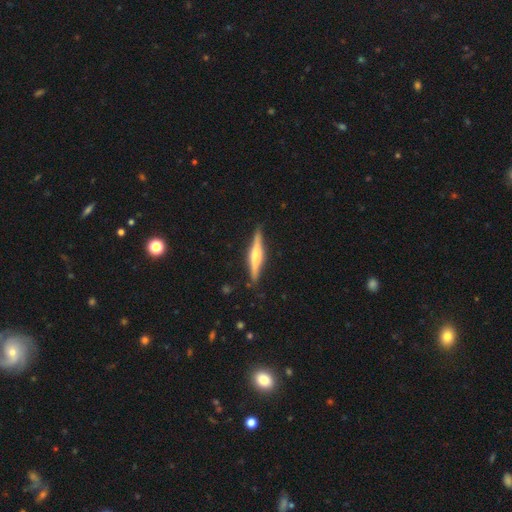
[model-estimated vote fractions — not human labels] This appears to be a featured or disk galaxy (66%) viewed edge-on (97%) with a rounded central bulge (82%). Merging: none (88%).